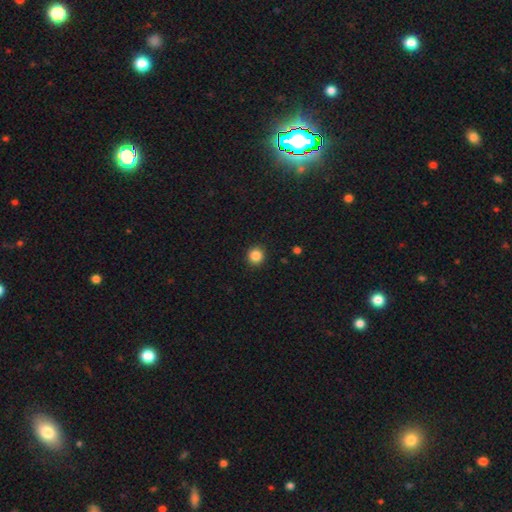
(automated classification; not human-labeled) This is clearly a smooth galaxy (86%). How rounded: clearly round (94%). Merging: clearly none (93%).